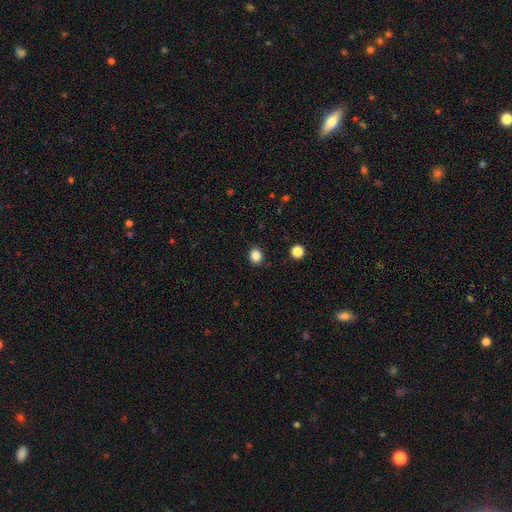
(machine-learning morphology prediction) Smooth or featured?
  - smooth: 85% *
  - star or artifact: 11%
  - featured or disk: 4%
How rounded?
  - round: 69% *
  - in between: 31%
  - cigar-shaped: 1%
Merging?
  - none: 90% *
  - minor disturbance: 7%
  - major disturbance: 2%
  - merger: 1%